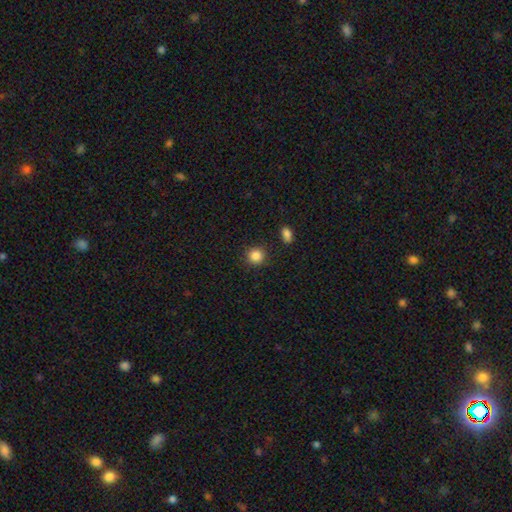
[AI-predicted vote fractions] Morphology: type=smooth (87%); roundness=round (92%); merging=none (88%).